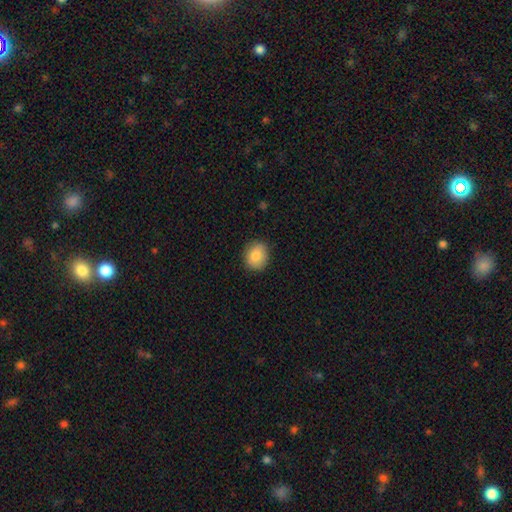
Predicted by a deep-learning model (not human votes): A smooth galaxy with no disk features (86%) that is round (67%). Merging: none (85%).